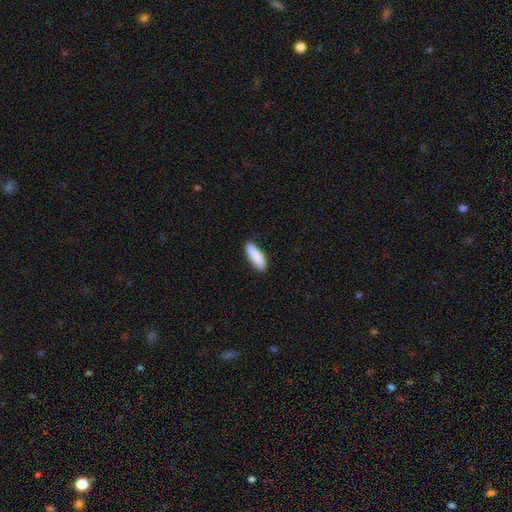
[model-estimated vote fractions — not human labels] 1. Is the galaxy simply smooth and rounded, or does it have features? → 89% smooth, 6% star or artifact, 5% featured or disk.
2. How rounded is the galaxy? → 54% in between, 45% cigar-shaped, 2% round.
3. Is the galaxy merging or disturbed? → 83% none, 14% minor disturbance, 2% major disturbance, 1% merger.